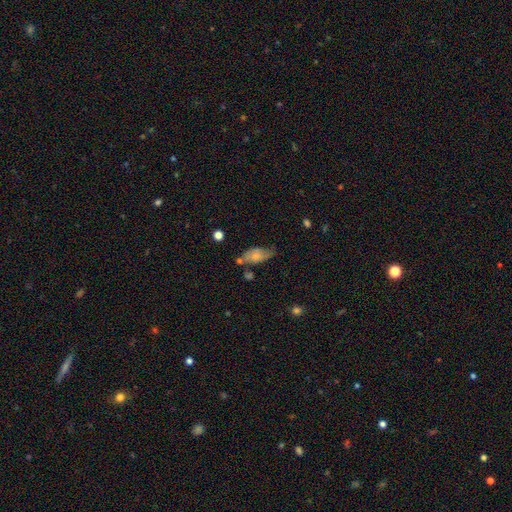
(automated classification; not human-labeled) A smooth galaxy with no disk features (59%) that is in between round and cigar-shaped (86%).

Vote fractions:
- Smooth or featured? smooth: 59% / featured or disk: 33% / star or artifact: 8%
- How rounded? in between: 86% / cigar-shaped: 9% / round: 5%
- Merging? none: 47% / minor disturbance: 31% / merger: 11% / major disturbance: 11%